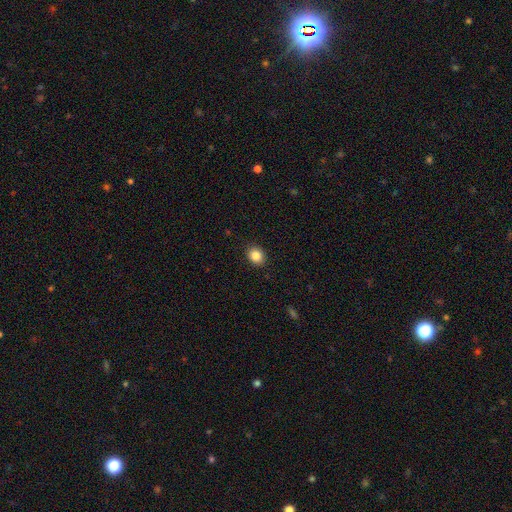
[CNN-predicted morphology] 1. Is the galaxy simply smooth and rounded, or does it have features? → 85% smooth, 10% star or artifact, 5% featured or disk.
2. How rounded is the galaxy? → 58% round, 42% in between, 1% cigar-shaped.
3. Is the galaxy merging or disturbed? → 90% none, 7% minor disturbance, 2% major disturbance, 1% merger.